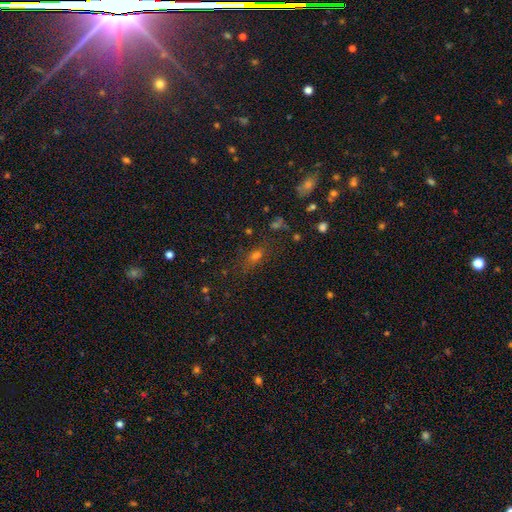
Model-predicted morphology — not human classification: smooth-or-featured: smooth: 56% | star or artifact: 32% | featured or disk: 13%
  how-rounded: in between: 60% | round: 24% | cigar-shaped: 17%
  merging: none: 68% | minor disturbance: 16% | major disturbance: 10% | merger: 6%